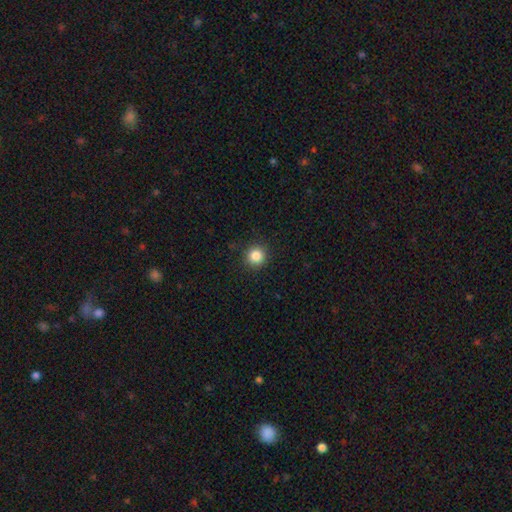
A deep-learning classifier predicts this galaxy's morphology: Smooth or featured? Predicted: smooth (p=0.86). How rounded? Predicted: round (p=0.94). Merging? Predicted: none (p=0.91).